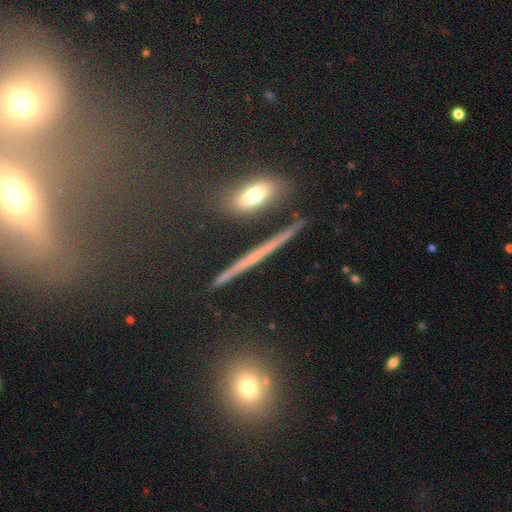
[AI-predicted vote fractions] Morphology: type=featured or disk (45%); merging=none (86%).